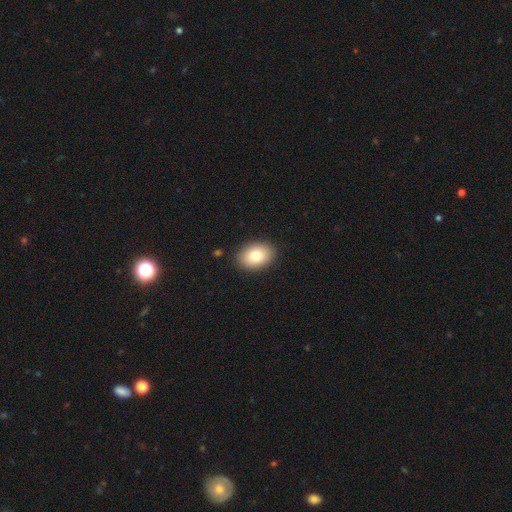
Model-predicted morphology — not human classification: smooth 81%, featured or disk 11%, star or artifact 8%. Down the decision tree: how rounded — in between (79%); merging — none (89%).